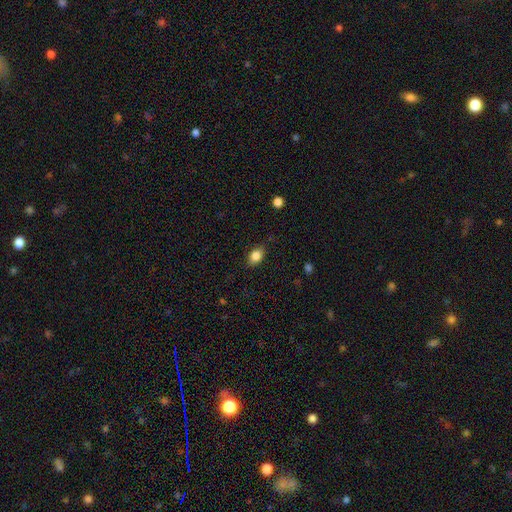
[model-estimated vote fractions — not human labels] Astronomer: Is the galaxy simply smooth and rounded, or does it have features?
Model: smooth — 84%.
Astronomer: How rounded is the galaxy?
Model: in between — 81%.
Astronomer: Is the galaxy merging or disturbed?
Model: none — 83%.